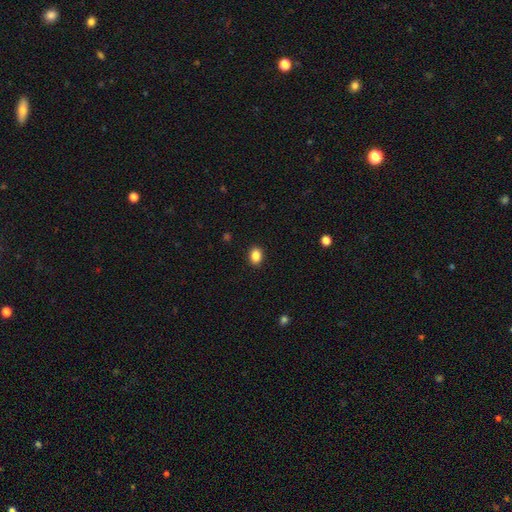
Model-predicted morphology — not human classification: smooth_or_featured: smooth (p=0.87) [alt: star or artifact p=0.09]
how_rounded: in between (p=0.69) [alt: round p=0.30]
merging: none (p=0.90) [alt: minor disturbance p=0.07]